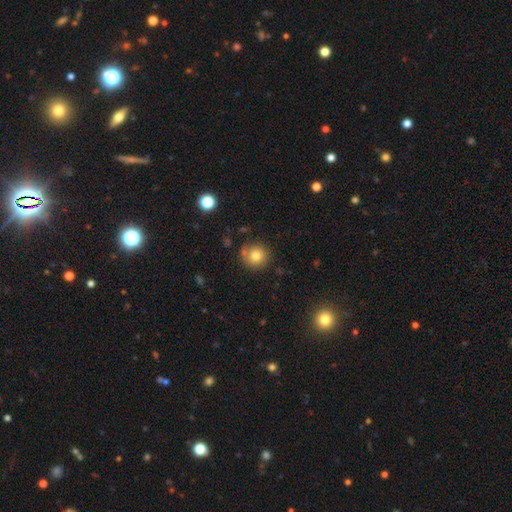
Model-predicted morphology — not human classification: smooth-or-featured: smooth: 79% | star or artifact: 11% | featured or disk: 9%
  how-rounded: round: 92% | in between: 7% | cigar-shaped: 1%
  merging: none: 80% | minor disturbance: 11% | merger: 6% | major disturbance: 3%